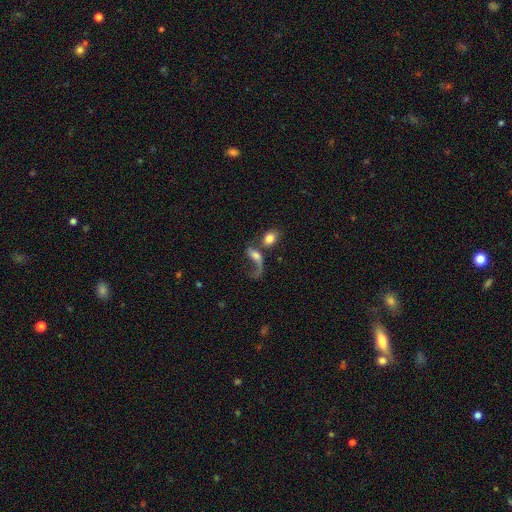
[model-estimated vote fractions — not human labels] Q: Smooth or featured?
A: featured or disk (46%); runner-up: smooth (44%)
Q: Merging?
A: merger (44%); runner-up: major disturbance (29%)